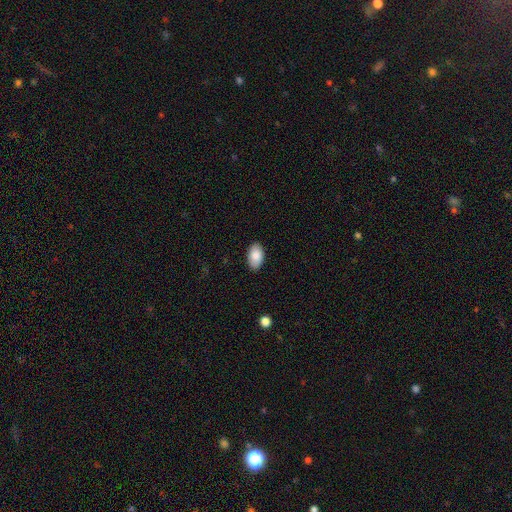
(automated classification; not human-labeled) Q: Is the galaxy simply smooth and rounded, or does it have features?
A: smooth — 87%.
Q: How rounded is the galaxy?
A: in between — 95%.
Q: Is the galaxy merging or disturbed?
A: none — 88%.